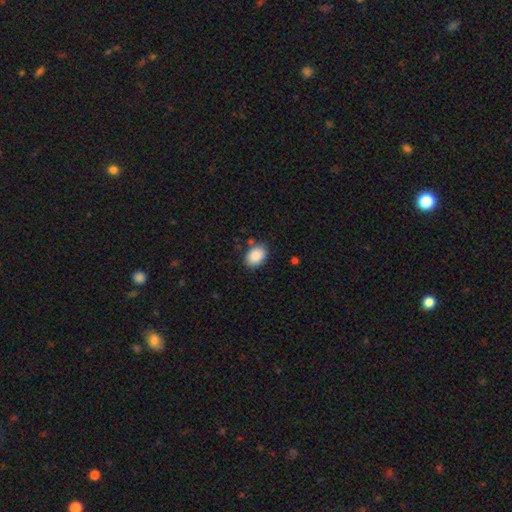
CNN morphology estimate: Smooth or featured?
  - smooth: 89% *
  - star or artifact: 7%
  - featured or disk: 4%
How rounded?
  - in between: 83% *
  - round: 16%
  - cigar-shaped: 1%
Merging?
  - none: 81% *
  - minor disturbance: 13%
  - major disturbance: 3%
  - merger: 3%